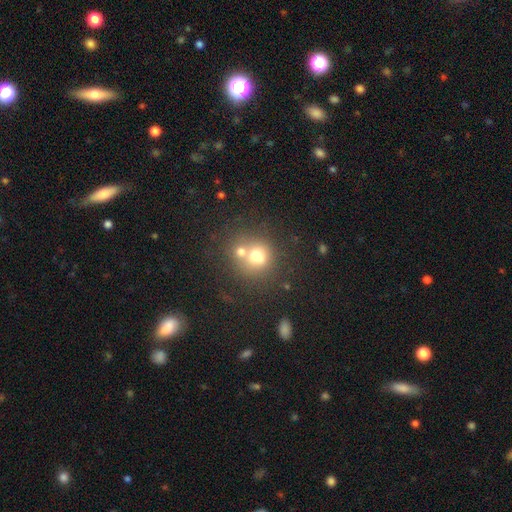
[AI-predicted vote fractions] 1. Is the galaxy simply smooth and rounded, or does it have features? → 64% smooth, 21% featured or disk, 15% star or artifact.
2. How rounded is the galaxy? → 78% round, 21% in between, 1% cigar-shaped.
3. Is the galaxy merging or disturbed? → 47% merger, 40% none, 9% minor disturbance, 5% major disturbance.